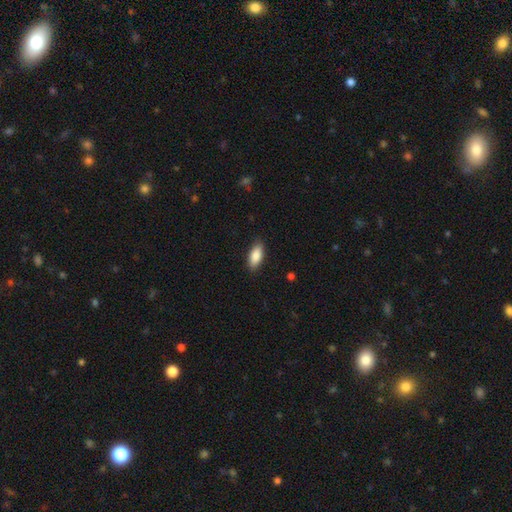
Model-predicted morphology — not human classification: This appears to be a smooth galaxy with no disk features (86%) that is in between round and cigar-shaped (85%). Merging: none (88%).